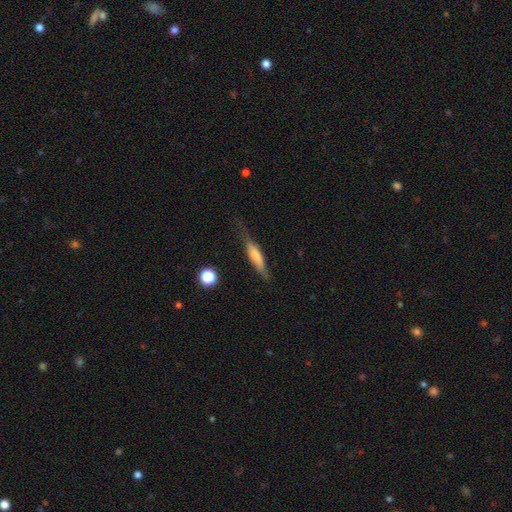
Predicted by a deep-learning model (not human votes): smooth_or_featured: smooth (p=0.55) [alt: featured or disk p=0.38]
how_rounded: cigar-shaped (p=0.79) [alt: in between p=0.19]
merging: none (p=0.61) [alt: minor disturbance p=0.26]